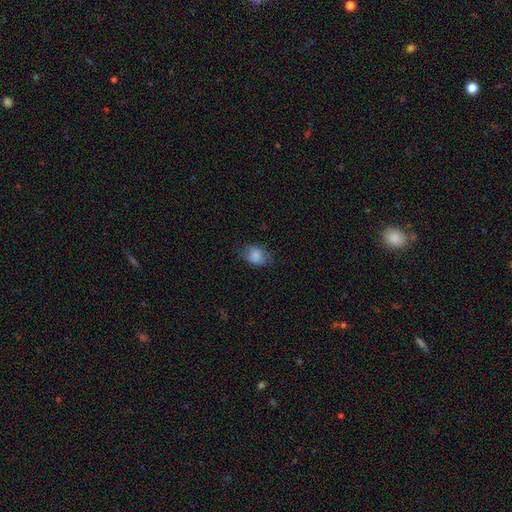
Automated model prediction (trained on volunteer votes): Overall: smooth (81%). How rounded: in between (73%). Merging: none (68%).